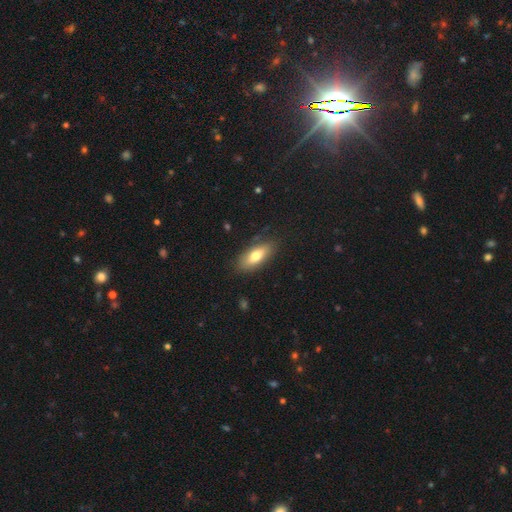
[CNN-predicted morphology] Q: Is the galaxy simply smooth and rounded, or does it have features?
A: smooth — 69%.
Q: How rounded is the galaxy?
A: in between — 77%.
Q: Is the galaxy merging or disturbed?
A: none — 82%.